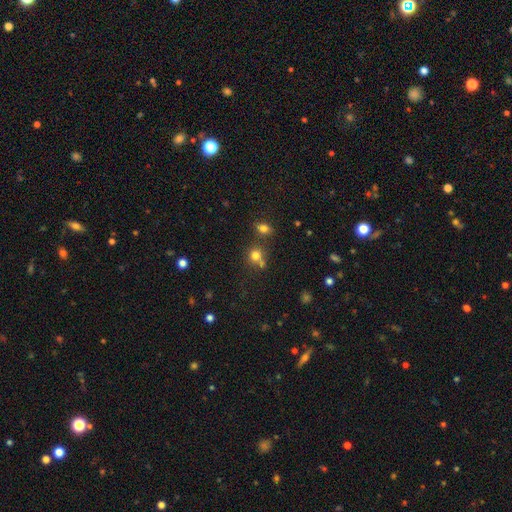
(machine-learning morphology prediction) Smooth or featured?
  - smooth: 75% *
  - star or artifact: 17%
  - featured or disk: 8%
How rounded?
  - round: 84% *
  - in between: 15%
  - cigar-shaped: 1%
Merging?
  - none: 58% *
  - merger: 29%
  - minor disturbance: 10%
  - major disturbance: 4%